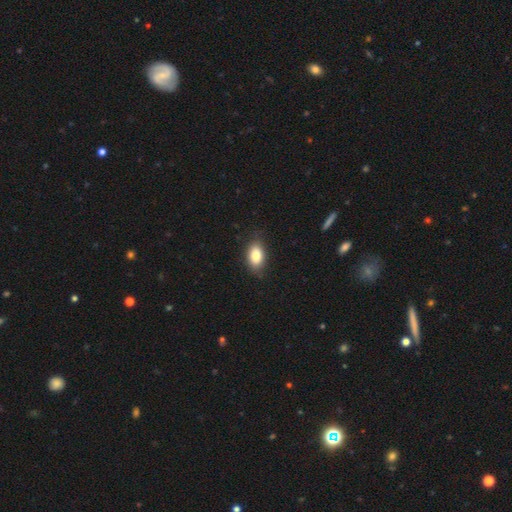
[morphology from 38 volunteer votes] smooth-or-featured: smooth: 82% | star or artifact: 11% | featured or disk: 8%
  how-rounded: in between: 94% | round: 6% | cigar-shaped: 0%
  merging: none: 88% | minor disturbance: 9% | major disturbance: 3% | merger: 0%